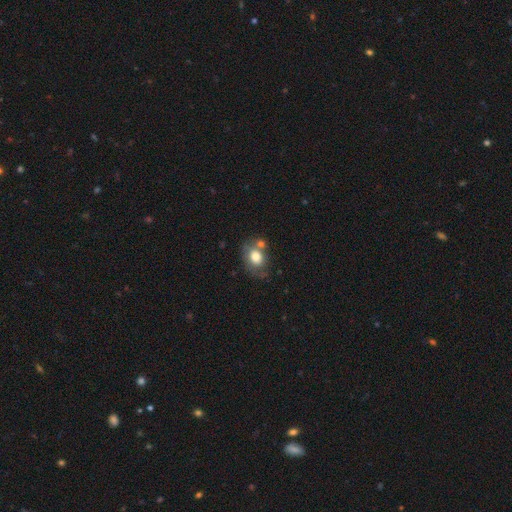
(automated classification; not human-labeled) This appears to be a smooth galaxy with no disk features (74%) that is in between round and cigar-shaped (56%). Merging: none (47%).